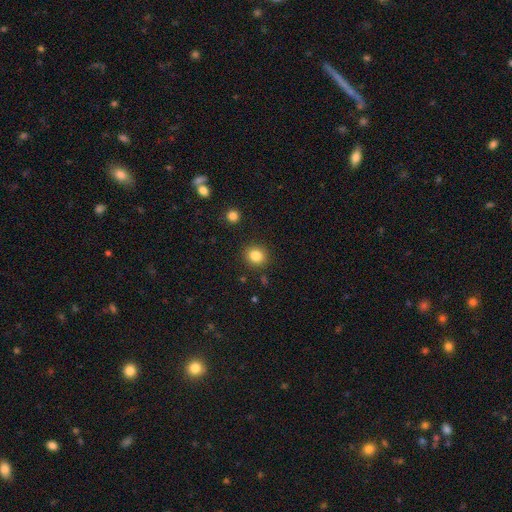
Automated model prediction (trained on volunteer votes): Smooth or featured?
  - smooth: 83% *
  - star or artifact: 11%
  - featured or disk: 5%
How rounded?
  - round: 84% *
  - in between: 16%
  - cigar-shaped: 1%
Merging?
  - none: 89% *
  - minor disturbance: 7%
  - major disturbance: 2%
  - merger: 2%